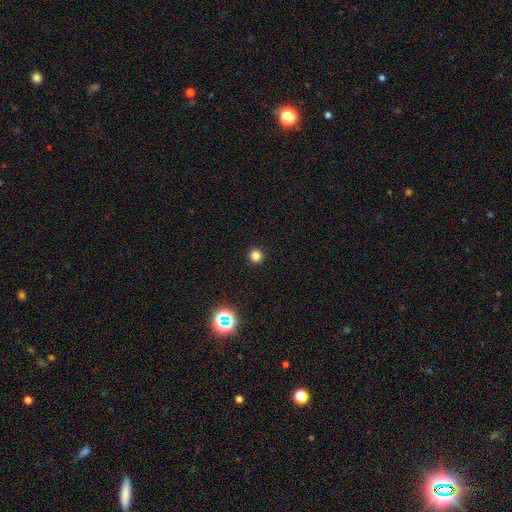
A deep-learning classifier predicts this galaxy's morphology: Smooth or featured? smooth (81%)
How rounded? round (95%)
Merging? none (93%)